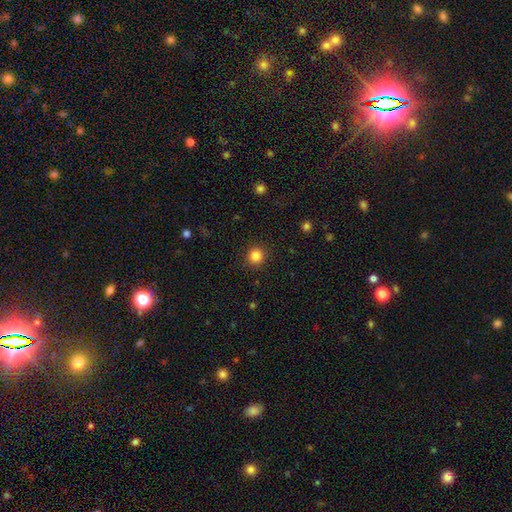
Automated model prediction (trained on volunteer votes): smooth-or-featured: smooth: 84% | star or artifact: 12% | featured or disk: 4%
  how-rounded: round: 92% | in between: 7% | cigar-shaped: 1%
  merging: none: 91% | minor disturbance: 6% | major disturbance: 2% | merger: 1%